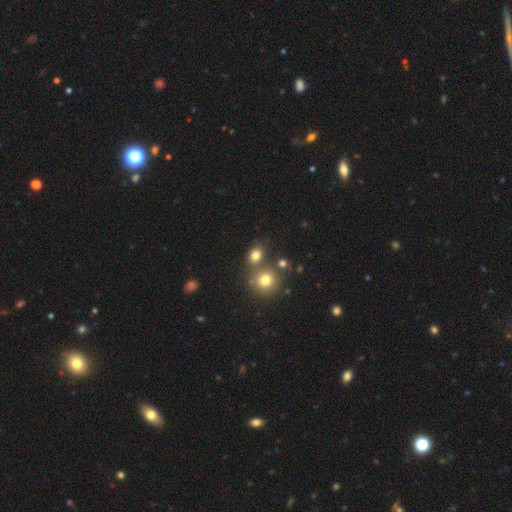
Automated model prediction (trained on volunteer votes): Overall: smooth (76%). How rounded: round (63%; in between 36%). Merging: none (60%; merger 25%).